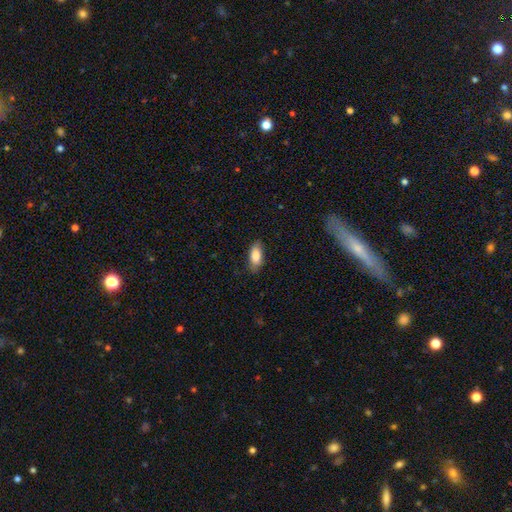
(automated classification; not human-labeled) Q: Smooth or featured?
A: smooth (84%); runner-up: featured or disk (10%)
Q: How rounded?
A: in between (86%); runner-up: cigar-shaped (12%)
Q: Merging?
A: none (82%); runner-up: minor disturbance (14%)